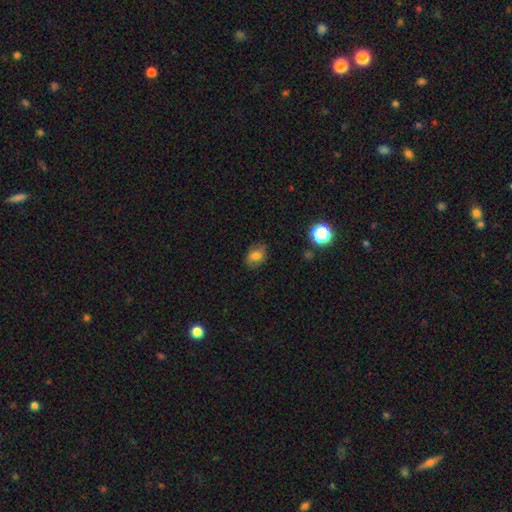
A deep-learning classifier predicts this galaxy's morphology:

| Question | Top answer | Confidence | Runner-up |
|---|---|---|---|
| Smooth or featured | smooth | 73% | featured or disk (15%) |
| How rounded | in between | 70% | round (29%) |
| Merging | none | 79% | minor disturbance (16%) |